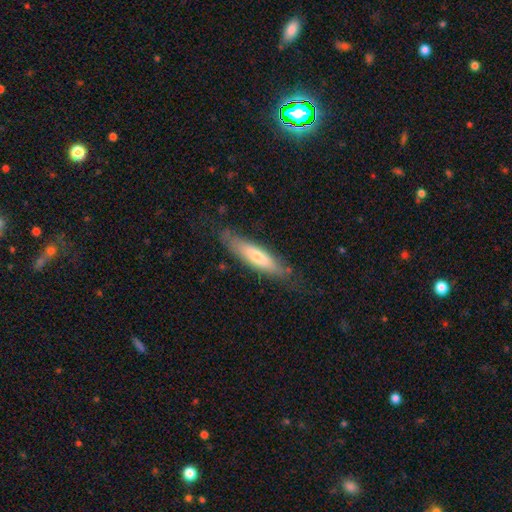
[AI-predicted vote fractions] Overall: smooth (52%; featured or disk 40%). How rounded: cigar-shaped (80%). Merging: none (77%).